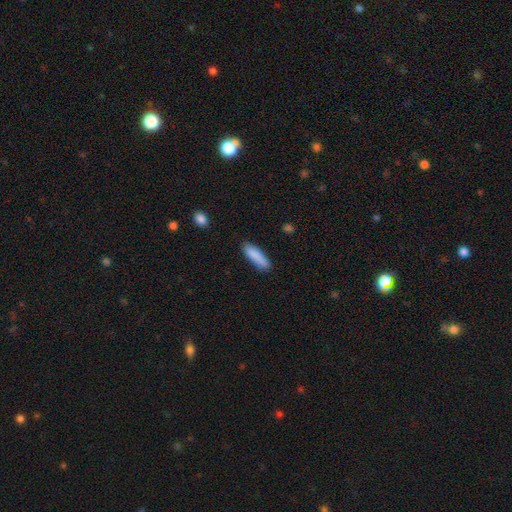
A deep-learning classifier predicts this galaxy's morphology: Overall: smooth (87%). How rounded: cigar-shaped (62%; in between 36%). Merging: none (81%).